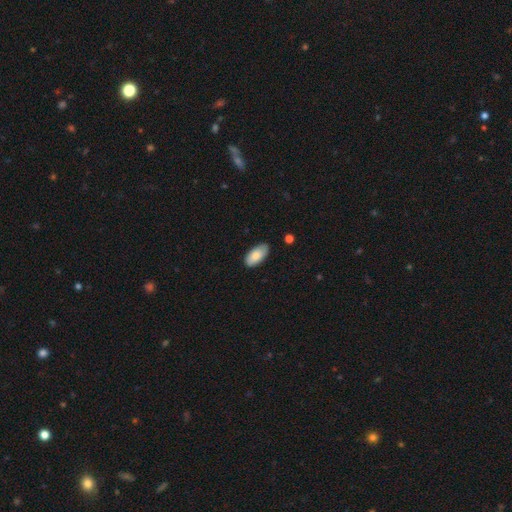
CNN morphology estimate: smooth_or_featured: smooth (p=0.81) [alt: featured or disk p=0.13]
how_rounded: in between (p=0.94) [alt: cigar-shaped p=0.04]
merging: none (p=0.83) [alt: minor disturbance p=0.13]